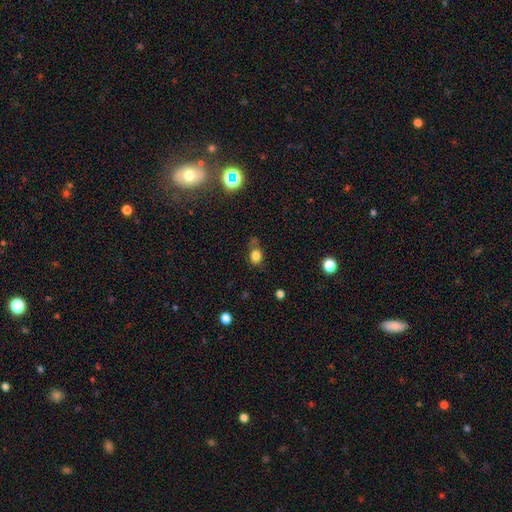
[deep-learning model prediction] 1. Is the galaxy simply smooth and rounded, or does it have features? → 80% smooth, 13% star or artifact, 7% featured or disk.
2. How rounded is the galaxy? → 55% in between, 43% round, 2% cigar-shaped.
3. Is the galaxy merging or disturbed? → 58% none, 25% minor disturbance, 9% major disturbance, 7% merger.